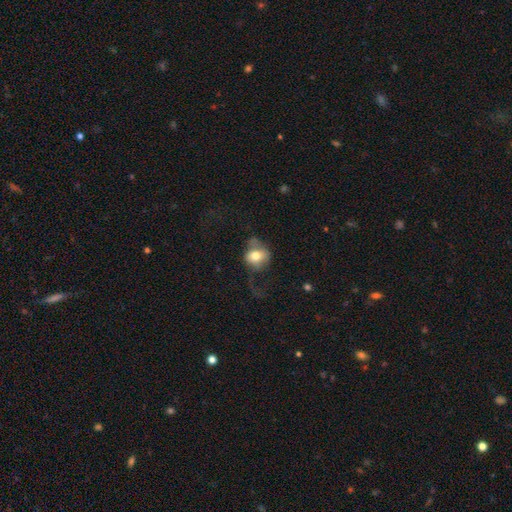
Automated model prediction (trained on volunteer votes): Overall: smooth (64%; featured or disk 28%). How rounded: round (59%; in between 39%). Merging: major disturbance (38%; none 36%).